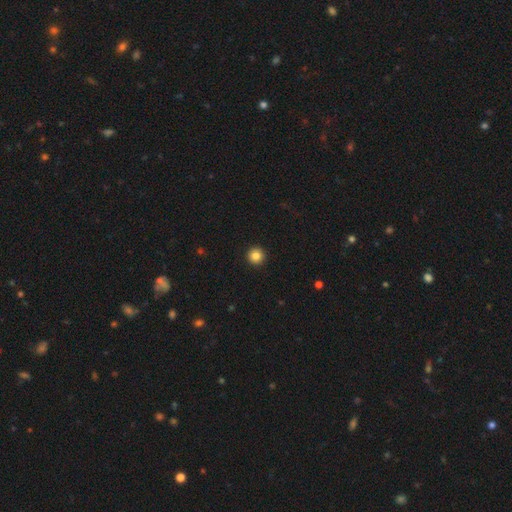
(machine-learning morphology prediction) This appears to be a smooth galaxy with no disk features (85%) that is round (96%). Merging: none (94%).